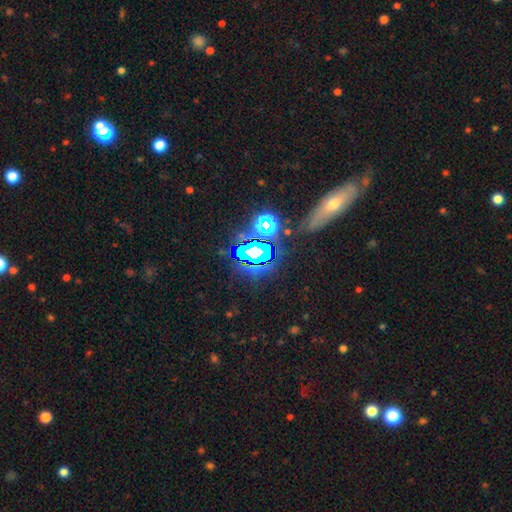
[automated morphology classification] A star or artifact, not a galaxy (73%).

Vote fractions:
- Smooth or featured? star or artifact: 73% / smooth: 16% / featured or disk: 11%